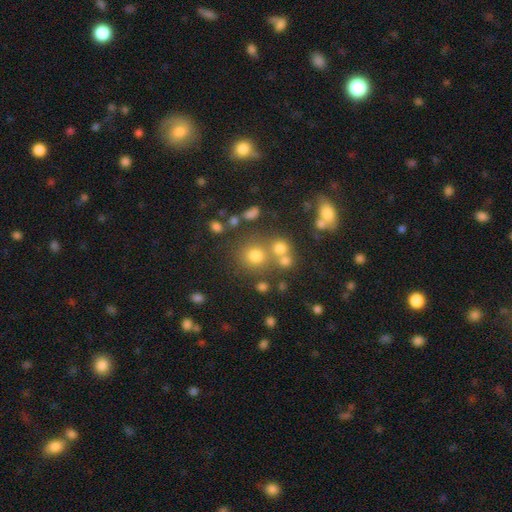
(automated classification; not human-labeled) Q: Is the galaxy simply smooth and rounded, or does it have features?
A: smooth — 70%.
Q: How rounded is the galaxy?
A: round — 87%.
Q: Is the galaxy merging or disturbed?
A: none — 65%.